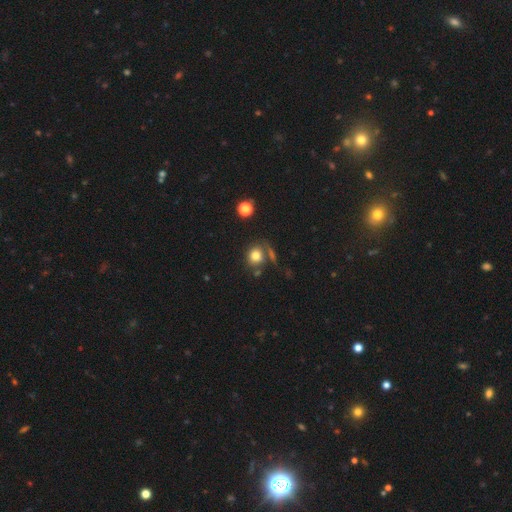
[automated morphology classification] smooth 79%, star or artifact 12%, featured or disk 9%. Down the decision tree: how rounded — round (77%); merging — none (66%).